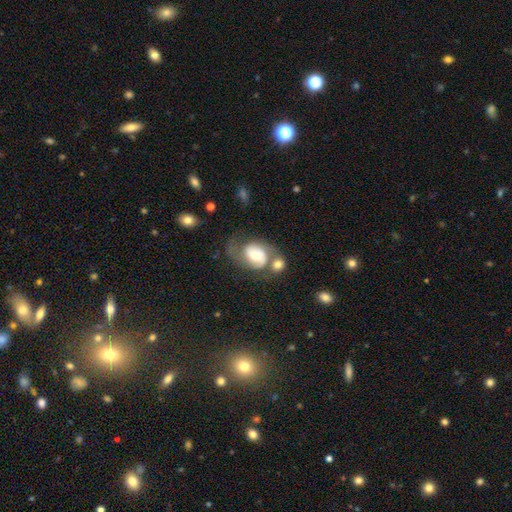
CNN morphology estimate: Smooth or featured?
  - featured or disk: 67% *
  - smooth: 27%
  - star or artifact: 7%
Edge-on disk?
  - no: 97% *
  - yes: 3%
Bar?
  - no: 44% *
  - weak: 41%
  - strong: 15%
Spiral arms?
  - yes: 87% *
  - no: 13%
Spiral winding?
  - medium: 47% *
  - tight: 30%
  - loose: 23%
Spiral arm count?
  - 2: 74% *
  - 1: 14%
  - can't tell: 9%
  - 3: 2%
  - 4: 1%
  - more than 4: 1%
Bulge size?
  - moderate: 62% *
  - small: 17%
  - large: 17%
  - dominant: 2%
  - none: 2%
Merging?
  - none: 34% *
  - merger: 31%
  - major disturbance: 18%
  - minor disturbance: 17%